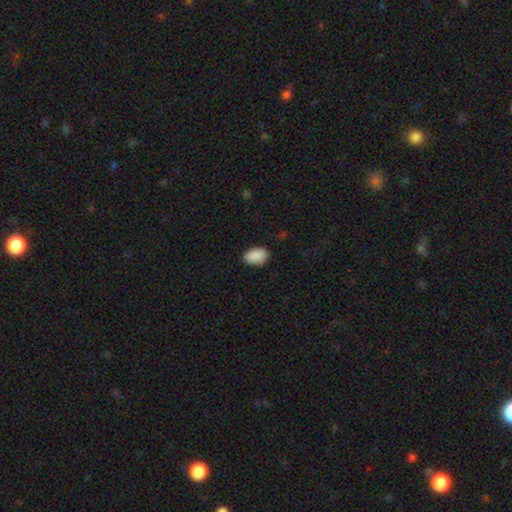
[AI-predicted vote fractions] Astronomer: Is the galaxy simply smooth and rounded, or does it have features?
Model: smooth — 90%.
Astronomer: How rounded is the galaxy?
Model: in between — 90%.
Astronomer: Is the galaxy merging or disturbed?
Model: none — 86%.